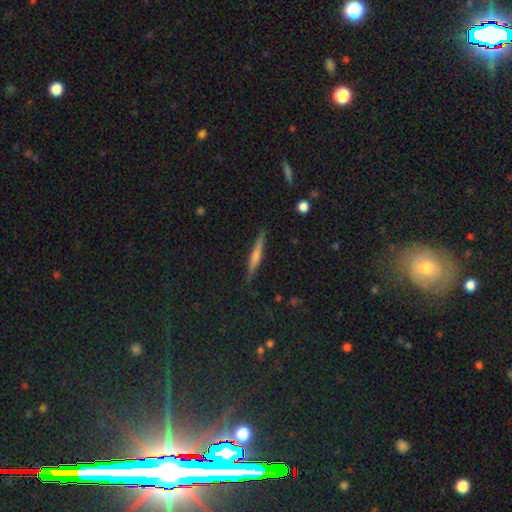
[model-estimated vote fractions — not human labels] smooth-or-featured: featured or disk: 60% | smooth: 26% | star or artifact: 15%
  disk-edge-on: yes: 96% | no: 4%
    edge-on-bulge: rounded: 75% | none: 17% | boxy: 9%
  merging: none: 90% | minor disturbance: 7% | major disturbance: 2% | merger: 1%